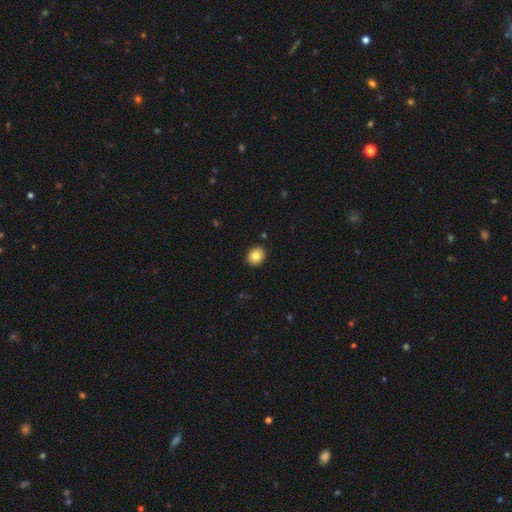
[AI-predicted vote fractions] Smooth or featured? smooth (82%)
How rounded? round (69%)
Merging? none (91%)